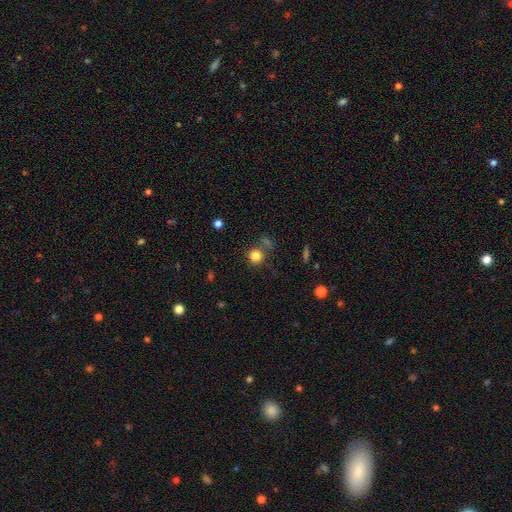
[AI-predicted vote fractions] The model was most divided on "merging": none: 72%, merger: 12%, minor disturbance: 11%, major disturbance: 4%. More confident: how rounded — round (91%); smooth or featured — smooth (82%).